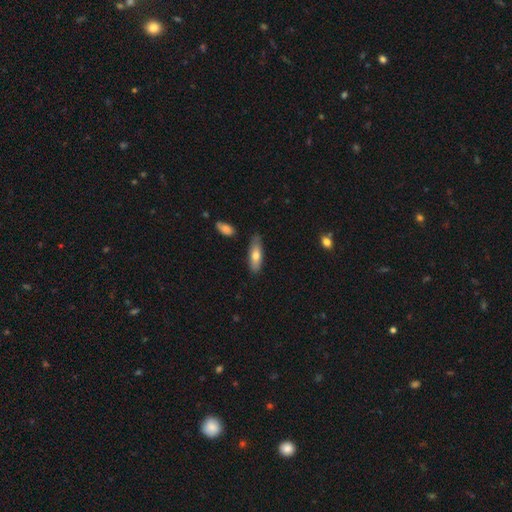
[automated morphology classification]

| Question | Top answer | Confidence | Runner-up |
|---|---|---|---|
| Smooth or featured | smooth | 70% | featured or disk (24%) |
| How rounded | in between | 59% | cigar-shaped (39%) |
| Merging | none | 77% | minor disturbance (17%) |